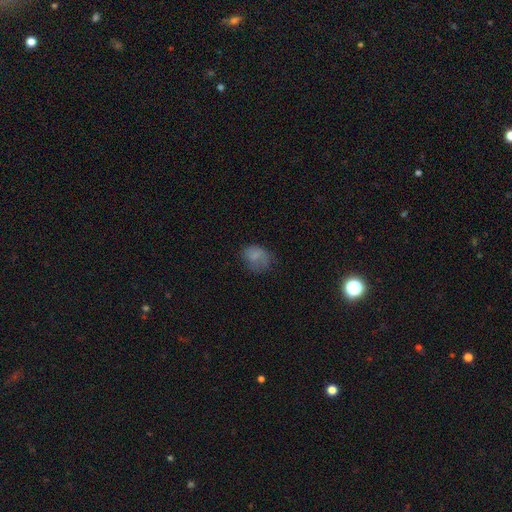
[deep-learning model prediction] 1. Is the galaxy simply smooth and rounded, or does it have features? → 75% smooth, 14% featured or disk, 12% star or artifact.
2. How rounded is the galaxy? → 53% in between, 46% round, 1% cigar-shaped.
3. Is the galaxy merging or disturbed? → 53% none, 29% minor disturbance, 16% major disturbance, 2% merger.